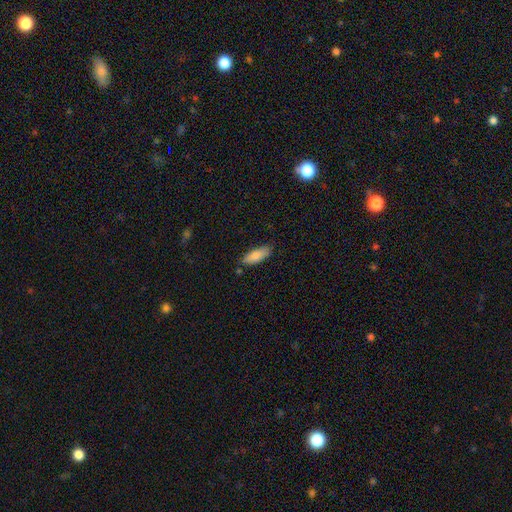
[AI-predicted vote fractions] This is clearly a smooth galaxy (83%). How rounded: likely in between (68%). Merging: clearly none (80%).